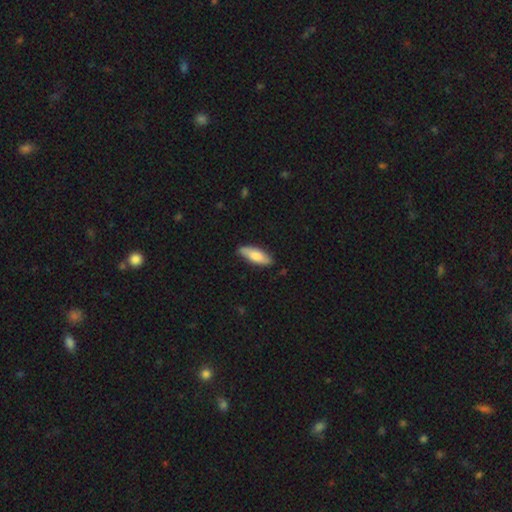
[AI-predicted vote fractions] Q: Smooth or featured?
A: smooth (77%); runner-up: featured or disk (18%)
Q: How rounded?
A: in between (62%); runner-up: cigar-shaped (36%)
Q: Merging?
A: none (83%); runner-up: minor disturbance (14%)